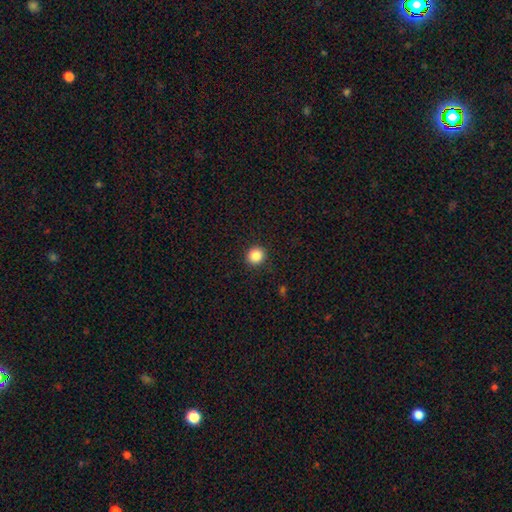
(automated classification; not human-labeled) Smooth or featured: smooth — 87% (star or artifact — 10%)
How rounded: round — 90% (in between — 9%)
Merging: none — 92% (minor disturbance — 5%)